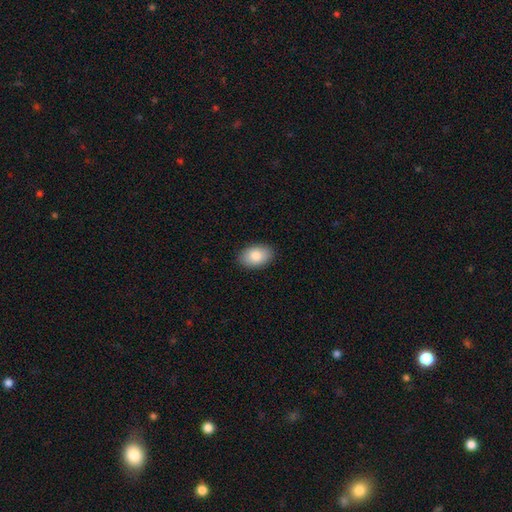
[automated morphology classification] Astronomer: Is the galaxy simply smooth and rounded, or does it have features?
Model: smooth — 84%.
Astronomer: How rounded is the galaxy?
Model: in between — 89%.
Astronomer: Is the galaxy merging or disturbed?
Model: none — 89%.